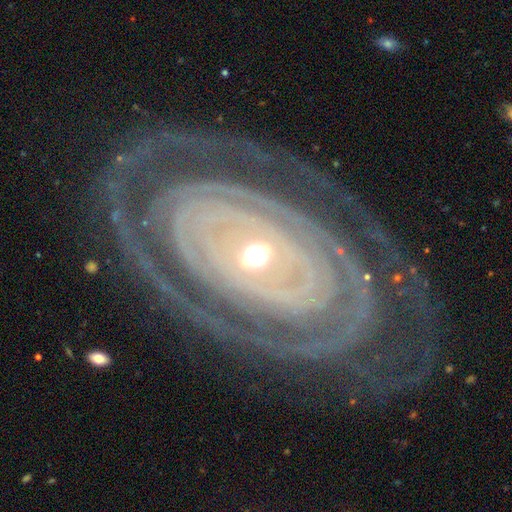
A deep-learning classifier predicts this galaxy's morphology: Q: Smooth or featured?
A: featured or disk (88%); runner-up: smooth (8%)
Q: Edge-on disk?
A: no (94%); runner-up: yes (6%)
Q: Bar?
A: no (73%); runner-up: weak (15%)
Q: Spiral arms?
A: yes (86%); runner-up: no (14%)
Q: Spiral winding?
A: tight (86%); runner-up: medium (11%)
Q: Spiral arm count?
A: can't tell (37%); runner-up: 2 (24%)
Q: Bulge size?
A: small (54%); runner-up: moderate (41%)
Q: Merging?
A: none (77%); runner-up: minor disturbance (13%)